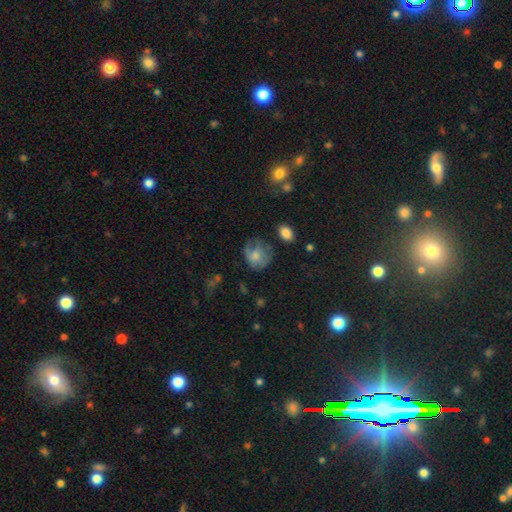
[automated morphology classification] This appears to be a smooth galaxy with no disk features (60%) that is round (66%). Merging: none (45%).